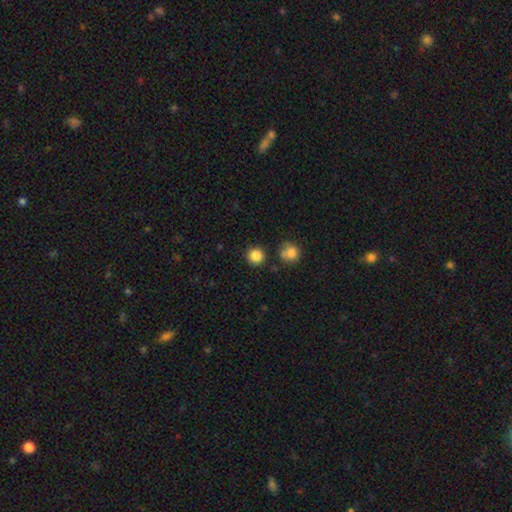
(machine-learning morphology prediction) Smooth or featured? Predicted: smooth (p=0.86). How rounded? Predicted: round (p=0.94). Merging? Predicted: none (p=0.85).